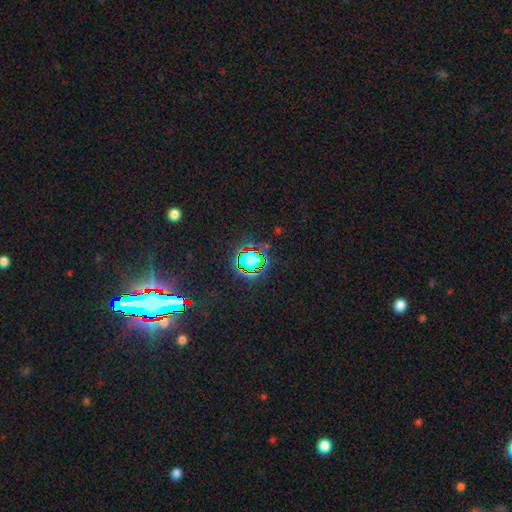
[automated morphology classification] smooth_or_featured: star or artifact (p=0.66) [alt: smooth p=0.24]